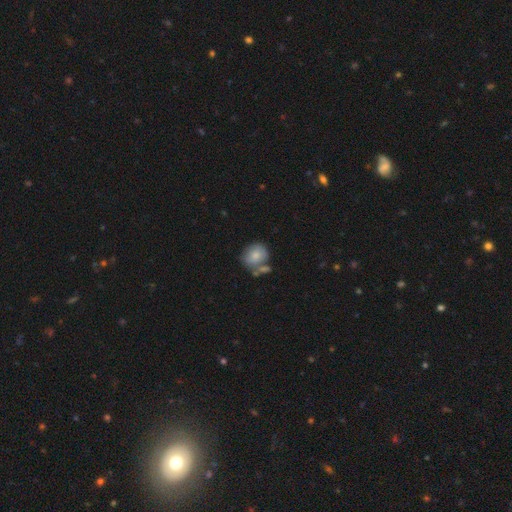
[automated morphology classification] Smooth or featured: smooth — 79% (featured or disk — 14%)
How rounded: round — 73% (in between — 26%)
Merging: none — 52% (merger — 23%)